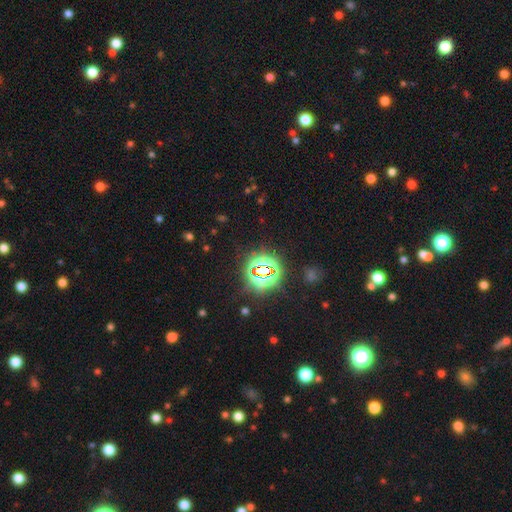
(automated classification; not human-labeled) Smooth or featured? star or artifact (75%)